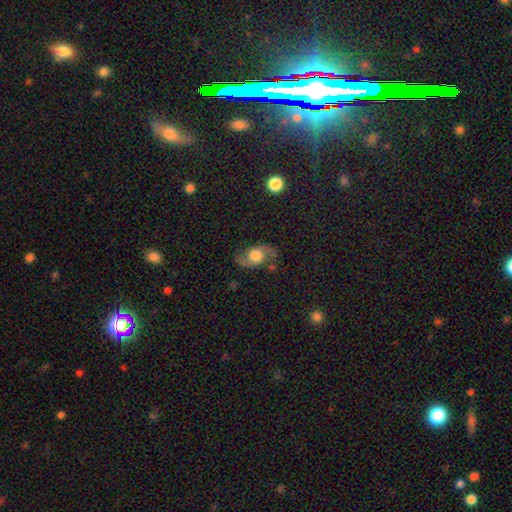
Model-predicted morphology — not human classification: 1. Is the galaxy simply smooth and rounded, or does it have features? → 63% featured or disk, 28% smooth, 9% star or artifact.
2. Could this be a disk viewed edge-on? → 91% no, 9% yes.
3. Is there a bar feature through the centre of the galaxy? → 74% no, 22% weak, 5% strong.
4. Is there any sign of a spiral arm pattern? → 86% yes, 14% no.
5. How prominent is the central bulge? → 52% large, 35% moderate, 7% dominant, 5% small, 2% none.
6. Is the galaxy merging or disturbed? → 72% none, 17% minor disturbance, 9% major disturbance, 3% merger.